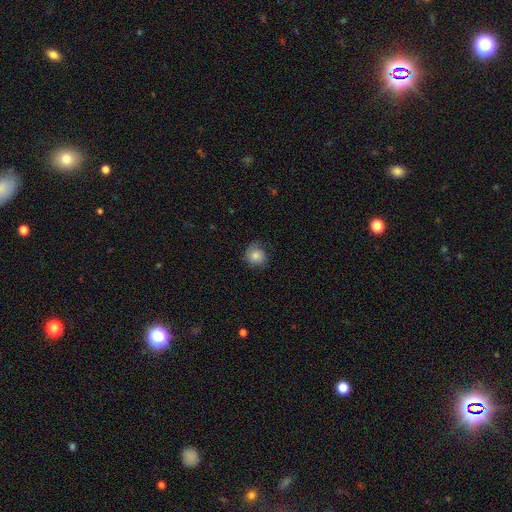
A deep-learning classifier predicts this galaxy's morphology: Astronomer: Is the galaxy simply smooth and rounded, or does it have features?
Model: smooth — 79%.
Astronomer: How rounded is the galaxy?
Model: round — 89%.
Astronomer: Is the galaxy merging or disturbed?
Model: none — 74%.